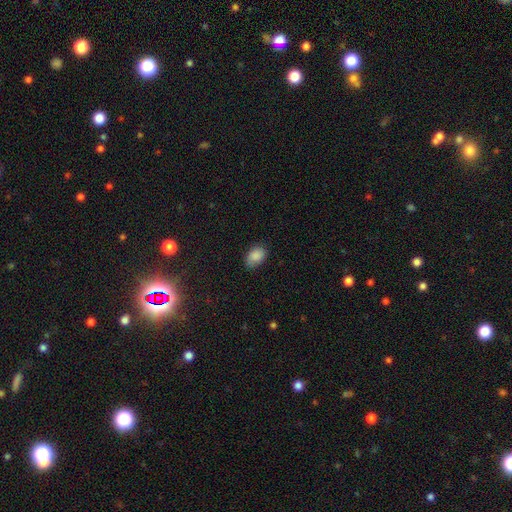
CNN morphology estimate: Smooth or featured? Predicted: smooth (p=0.87). How rounded? Predicted: in between (p=0.86). Merging? Predicted: none (p=0.74).